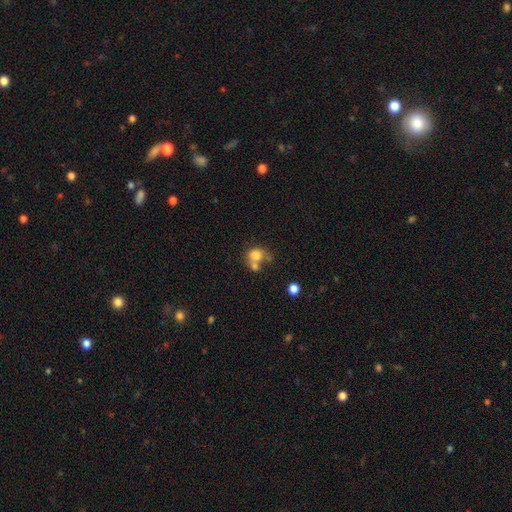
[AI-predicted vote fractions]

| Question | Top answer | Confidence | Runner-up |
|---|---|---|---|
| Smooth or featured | smooth | 74% | featured or disk (15%) |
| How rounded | round | 71% | in between (28%) |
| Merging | merger | 50% | none (31%) |